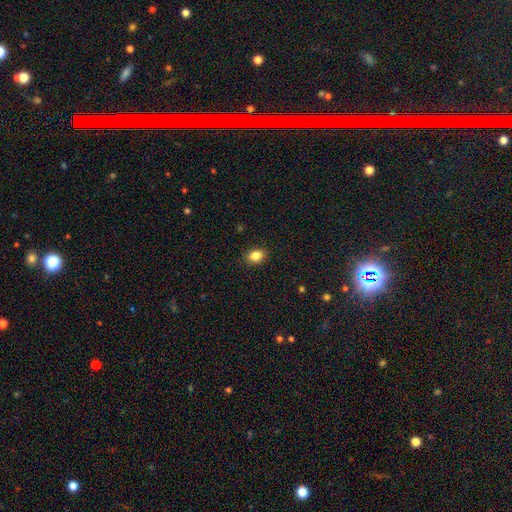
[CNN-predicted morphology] A smooth galaxy with no disk features (84%) that is in between round and cigar-shaped (67%). Merging: none (90%).